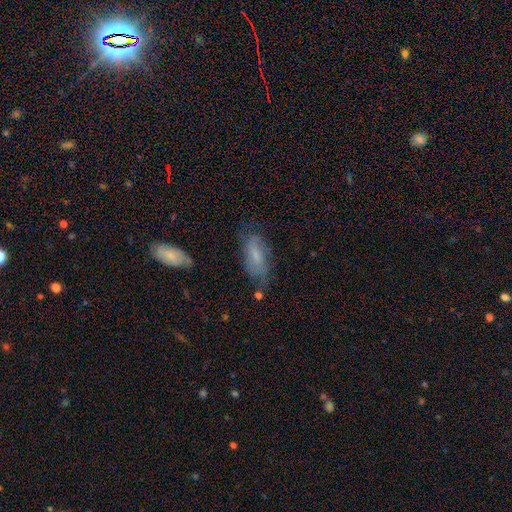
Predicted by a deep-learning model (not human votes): Overall: smooth (59%; featured or disk 33%). How rounded: in between (81%). Merging: none (62%; minor disturbance 25%).